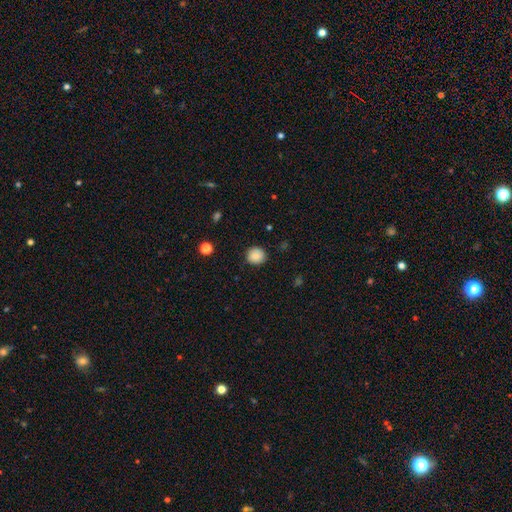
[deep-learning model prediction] Overall: smooth (86%). How rounded: round (88%). Merging: none (86%).